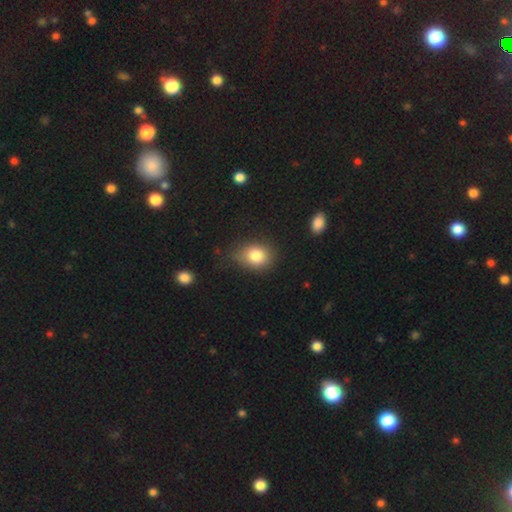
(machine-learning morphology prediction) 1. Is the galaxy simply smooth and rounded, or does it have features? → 81% smooth, 10% star or artifact, 9% featured or disk.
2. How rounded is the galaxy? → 58% in between, 41% round, 1% cigar-shaped.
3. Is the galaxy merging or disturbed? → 70% none, 22% minor disturbance, 6% major disturbance, 2% merger.